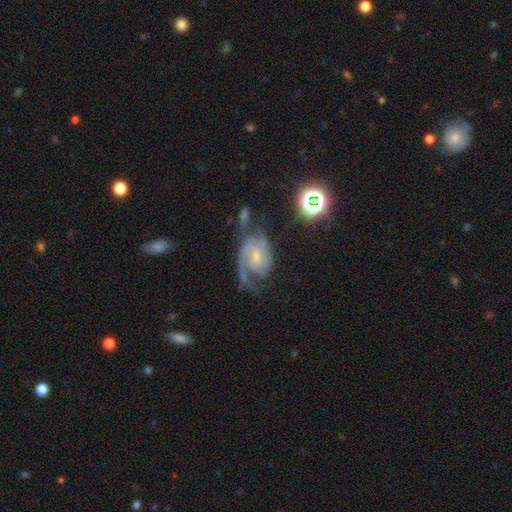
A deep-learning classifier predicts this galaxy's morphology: featured or disk 83%, smooth 9%, star or artifact 8%. Down the decision tree: edge-on disk — no (98%); bar — no (47%); spiral arms — yes (95%); spiral arm count — 2 (61%); spiral winding — medium (47%); bulge size — small (55%); merging — none (48%).